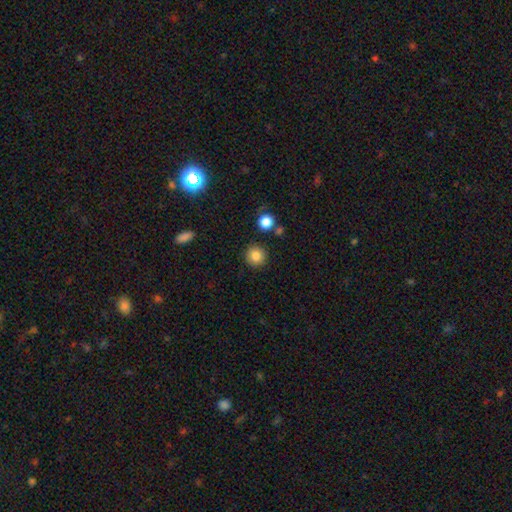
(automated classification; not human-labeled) This is clearly a smooth galaxy (84%). How rounded: clearly round (94%). Merging: clearly none (89%).